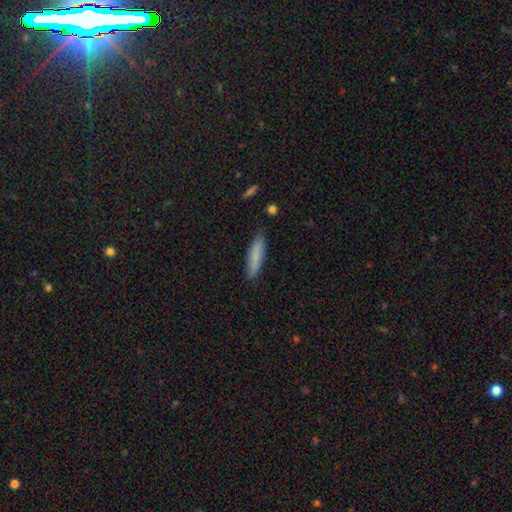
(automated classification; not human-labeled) A smooth galaxy with no disk features (82%) that is cigar-shaped (80%). Merging: none (83%).